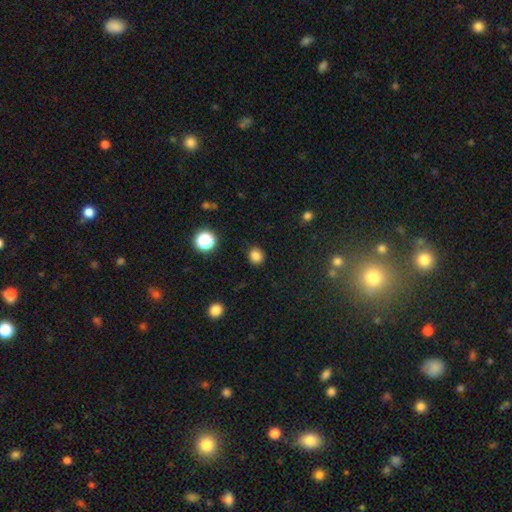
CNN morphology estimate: Smooth or featured? Predicted: smooth (p=0.82). How rounded? Predicted: round (p=0.81). Merging? Predicted: none (p=0.89).